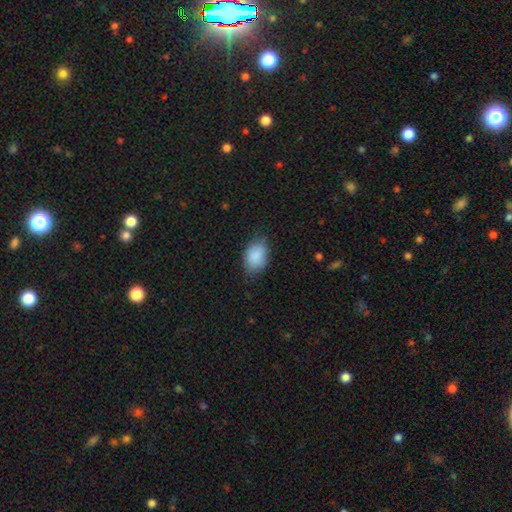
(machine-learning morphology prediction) Smooth or featured? smooth (88%)
How rounded? in between (82%)
Merging? none (73%)